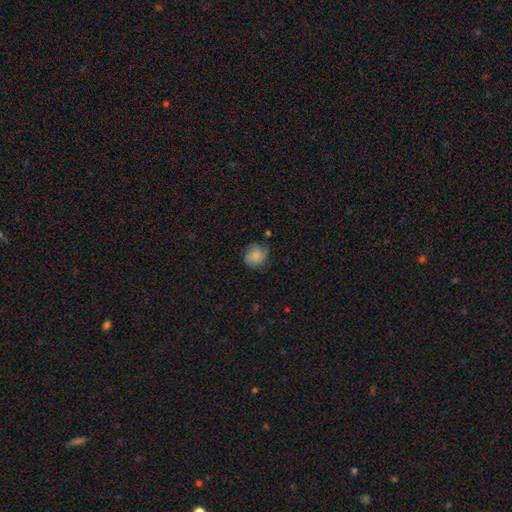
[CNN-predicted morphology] This appears to be a smooth galaxy with no disk features (82%) that is round (84%). Merging: none (74%).